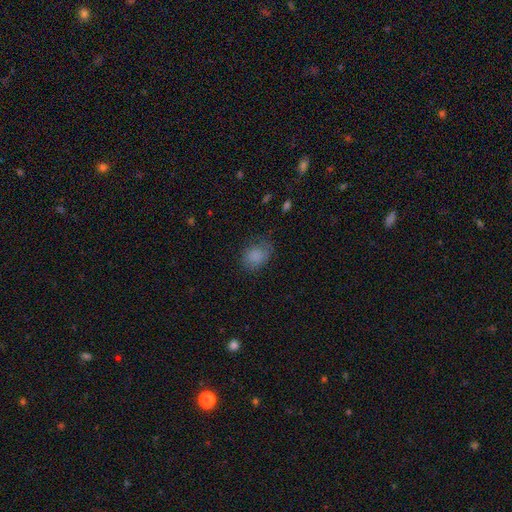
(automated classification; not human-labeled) smooth_or_featured: smooth (p=0.84) [alt: star or artifact p=0.10]
how_rounded: in between (p=0.52) [alt: round p=0.47]
merging: none (p=0.69) [alt: minor disturbance p=0.22]